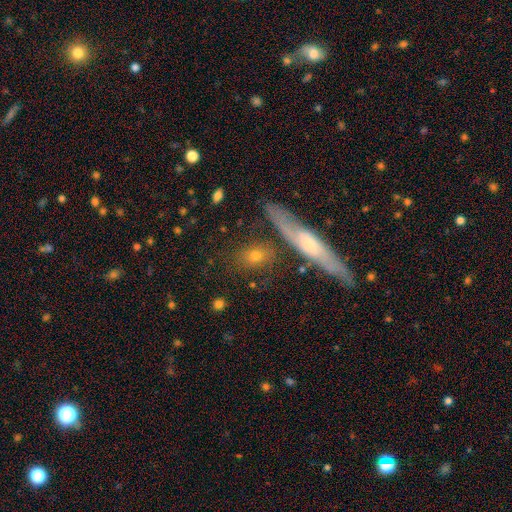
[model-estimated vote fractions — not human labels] This appears to be a smooth galaxy with no disk features (64%) that is in between round and cigar-shaped (40%). Merging: none (75%).